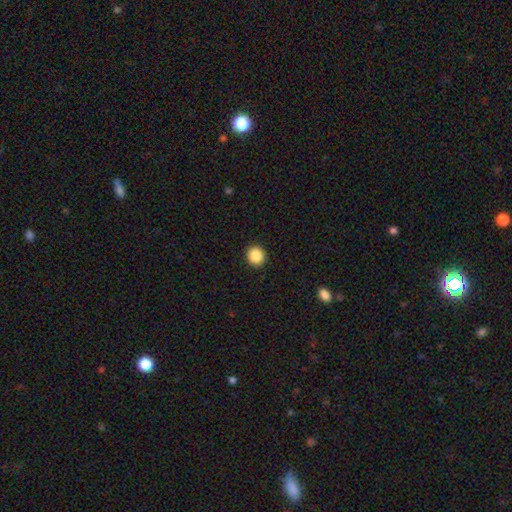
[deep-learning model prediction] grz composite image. It shows a smooth galaxy with no disk features (88%) that is round (88%). Merging: none (92%).